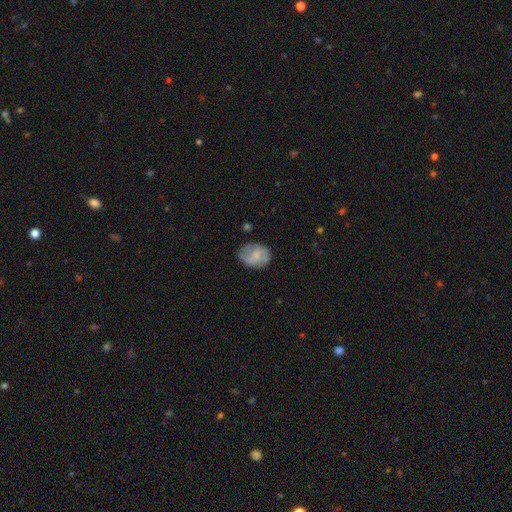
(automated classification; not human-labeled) Smooth or featured: smooth — 59% (featured or disk — 34%)
How rounded: in between — 53% (round — 45%)
Merging: none — 69% (minor disturbance — 22%)